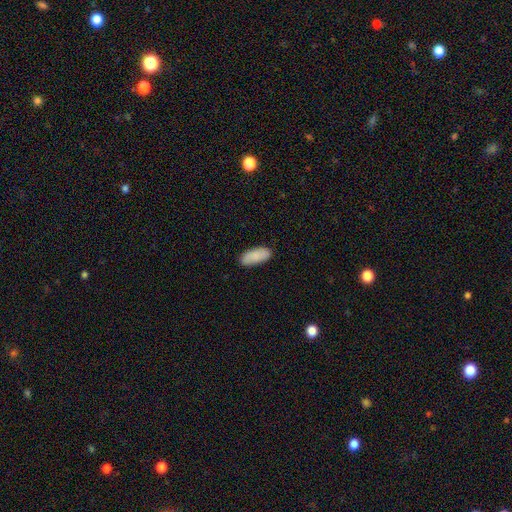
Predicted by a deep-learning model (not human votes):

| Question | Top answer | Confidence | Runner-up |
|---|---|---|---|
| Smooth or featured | smooth | 87% | featured or disk (7%) |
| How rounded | in between | 86% | cigar-shaped (12%) |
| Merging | none | 85% | minor disturbance (12%) |